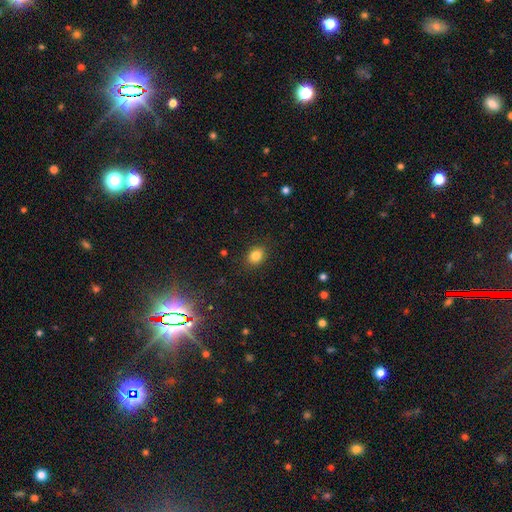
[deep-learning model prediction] smooth_or_featured: smooth (p=0.83) [alt: star or artifact p=0.11]
how_rounded: round (p=0.51) [alt: in between p=0.48]
merging: none (p=0.88) [alt: minor disturbance p=0.08]